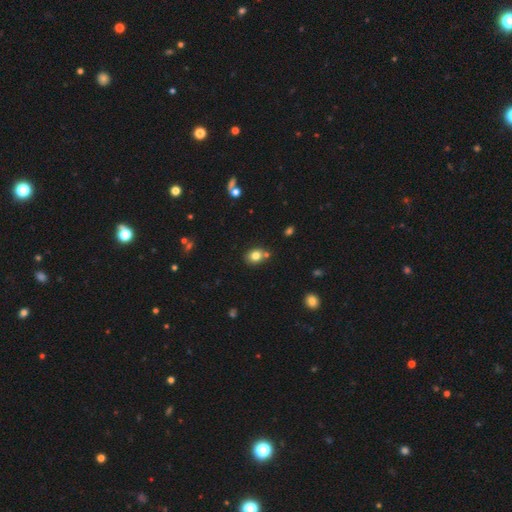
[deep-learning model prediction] Smooth or featured? smooth (79%)
How rounded? round (58%)
Merging? none (70%)